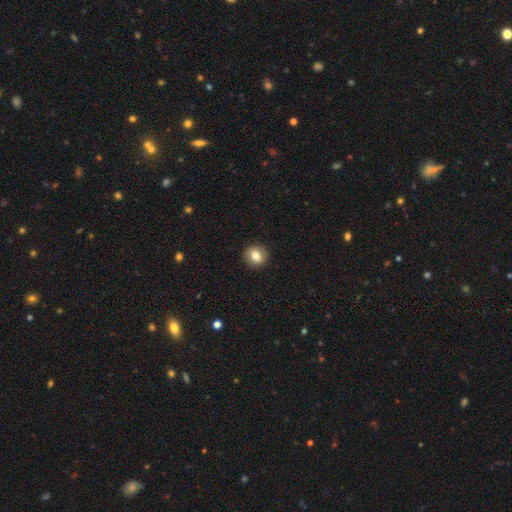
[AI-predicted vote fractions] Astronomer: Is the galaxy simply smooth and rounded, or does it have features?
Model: smooth — 79%.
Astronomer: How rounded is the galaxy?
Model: round — 87%.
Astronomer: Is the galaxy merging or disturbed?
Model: none — 92%.